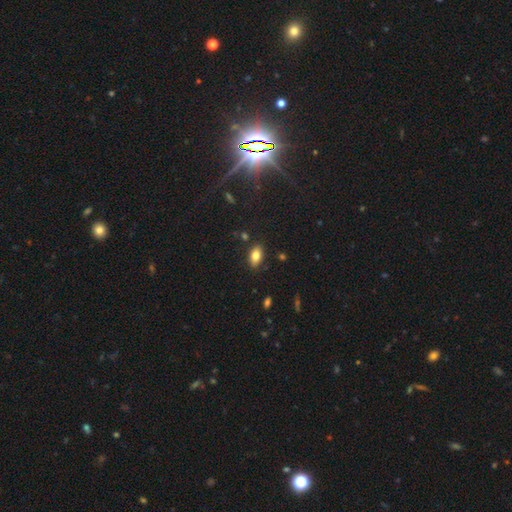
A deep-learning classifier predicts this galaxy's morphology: Smooth or featured: smooth — 80% (featured or disk — 11%)
How rounded: in between — 90% (round — 6%)
Merging: none — 84% (minor disturbance — 11%)